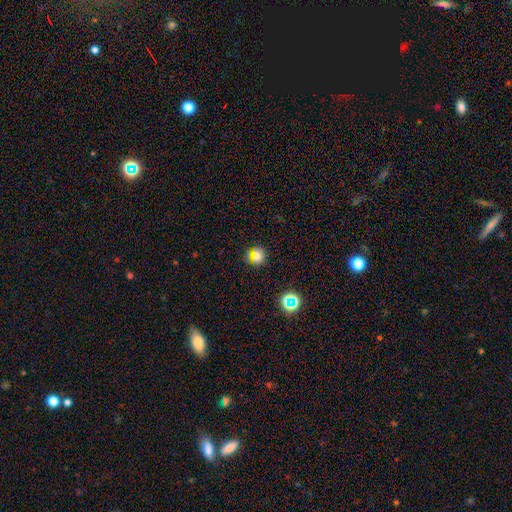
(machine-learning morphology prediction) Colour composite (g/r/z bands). It shows a smooth galaxy with no disk features (68%) that is round (87%). Merging: none (80%).